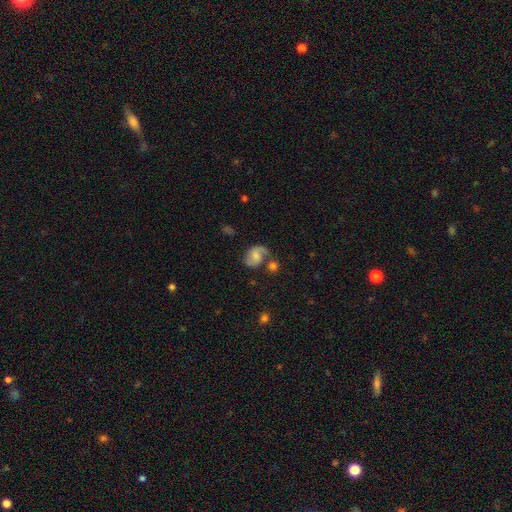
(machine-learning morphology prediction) type=featured or disk (56%); edge-on=no (97%); bar=no (53%); spiral arms=yes (88%); bulge=moderate (43%); merging=none (50%).